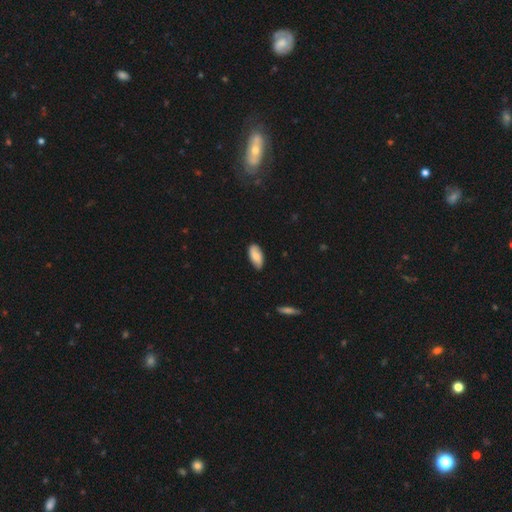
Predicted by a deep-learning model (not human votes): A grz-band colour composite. It shows a smooth galaxy with no disk features (75%) that is in between round and cigar-shaped (91%). Merging: none (81%).